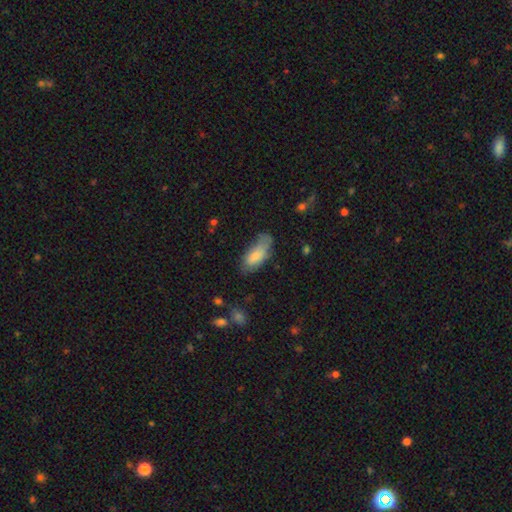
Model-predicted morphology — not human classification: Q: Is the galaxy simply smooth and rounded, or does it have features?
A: smooth — 79%.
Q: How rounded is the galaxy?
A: in between — 83%.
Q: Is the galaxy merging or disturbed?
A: none — 48%.